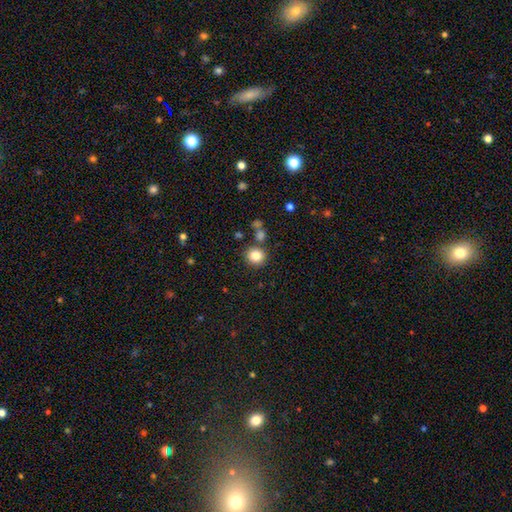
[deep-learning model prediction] Smooth or featured?
  - smooth: 83% *
  - star or artifact: 11%
  - featured or disk: 6%
How rounded?
  - round: 88% *
  - in between: 11%
  - cigar-shaped: 1%
Merging?
  - none: 82% *
  - minor disturbance: 8%
  - merger: 7%
  - major disturbance: 3%